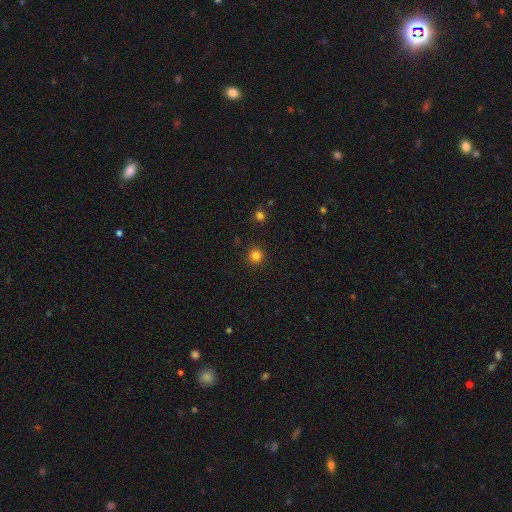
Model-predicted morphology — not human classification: Smooth or featured: smooth — 82% (star or artifact — 13%)
How rounded: round — 95% (in between — 4%)
Merging: none — 91% (minor disturbance — 6%)